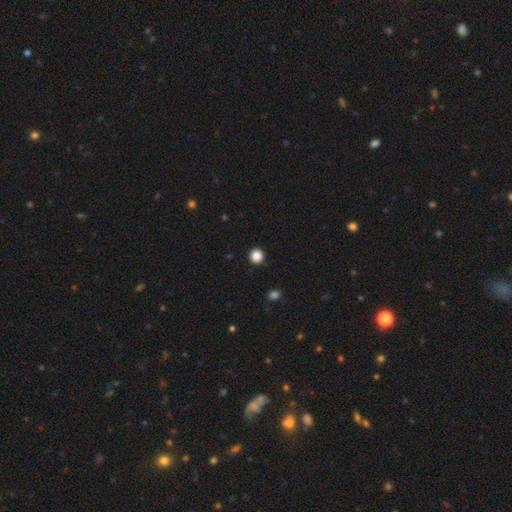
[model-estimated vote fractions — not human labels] smooth_or_featured: smooth (p=0.87) [alt: star or artifact p=0.11]
how_rounded: round (p=0.95) [alt: in between p=0.04]
merging: none (p=0.93) [alt: minor disturbance p=0.05]